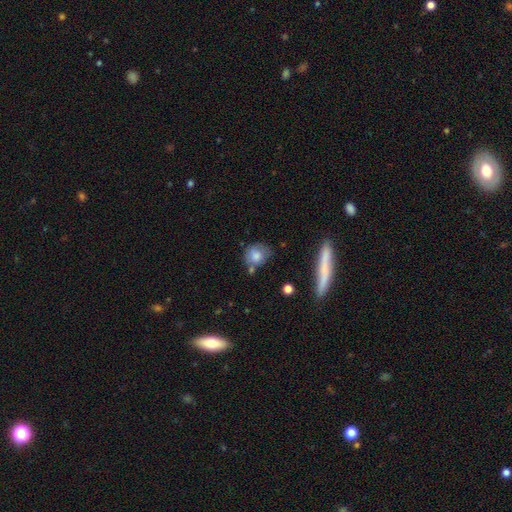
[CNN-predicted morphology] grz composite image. It shows a smooth galaxy with no disk features (76%) that is round (66%). Merging: none (55%).